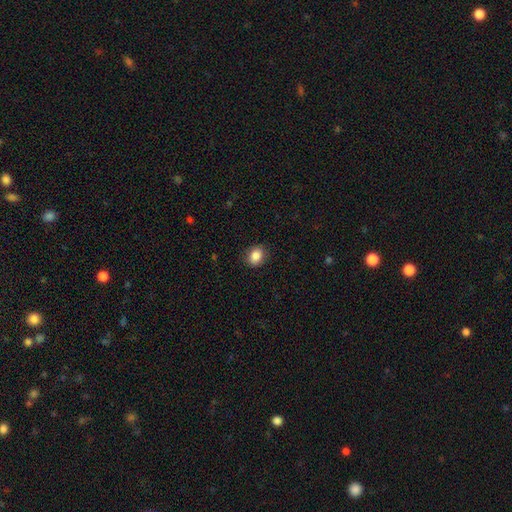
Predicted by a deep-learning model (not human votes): Smooth or featured?
  - smooth: 86% *
  - star or artifact: 9%
  - featured or disk: 5%
How rounded?
  - round: 50% *
  - in between: 49%
  - cigar-shaped: 1%
Merging?
  - none: 86% *
  - minor disturbance: 10%
  - major disturbance: 3%
  - merger: 1%